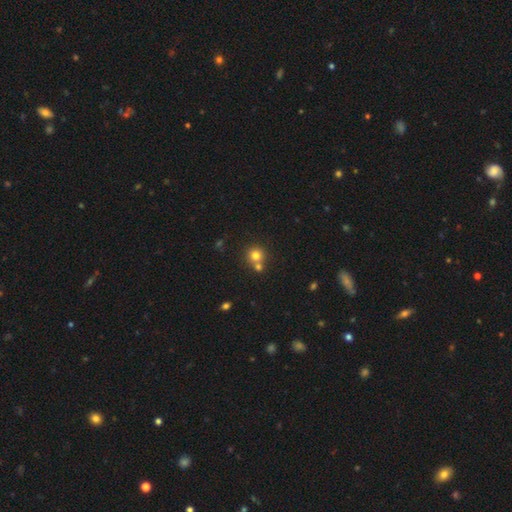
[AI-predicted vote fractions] smooth 77%, star or artifact 13%, featured or disk 10%. Down the decision tree: how rounded — round (91%); merging — none (56%).